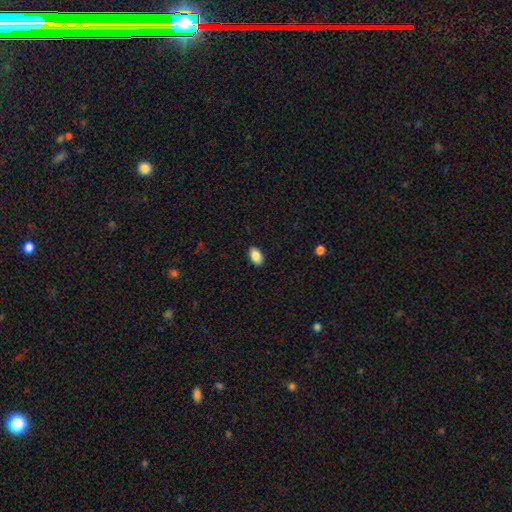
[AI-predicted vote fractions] Smooth or featured? Predicted: smooth (p=0.88). How rounded? Predicted: in between (p=0.92). Merging? Predicted: none (p=0.89).